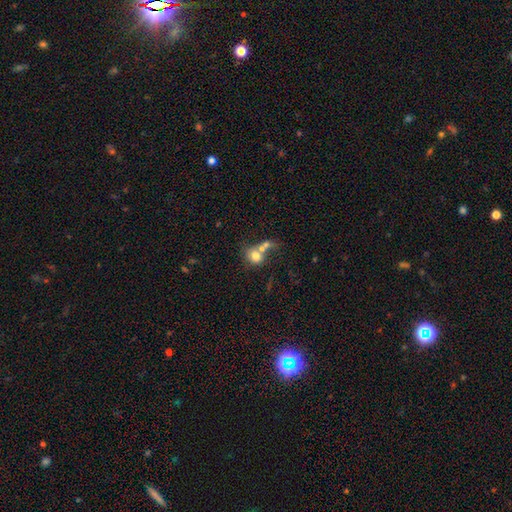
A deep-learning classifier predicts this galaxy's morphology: smooth_or_featured: smooth (p=0.72) [alt: featured or disk p=0.18]
how_rounded: round (p=0.66) [alt: in between p=0.33]
merging: merger (p=0.60) [alt: none p=0.23]